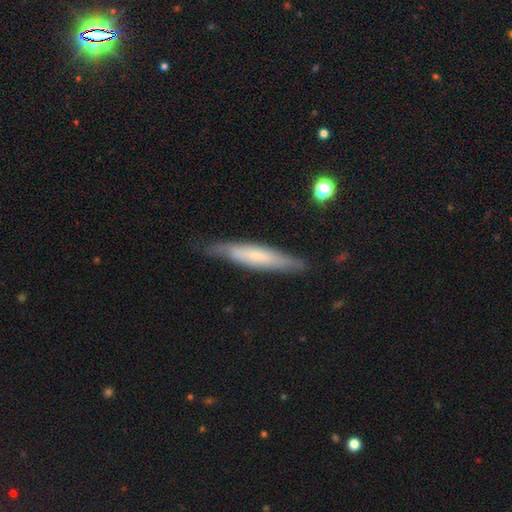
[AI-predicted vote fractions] The model was most divided on "smooth or featured": smooth: 55%, featured or disk: 39%, star or artifact: 6%. More confident: how rounded — cigar-shaped (87%); merging — none (77%).